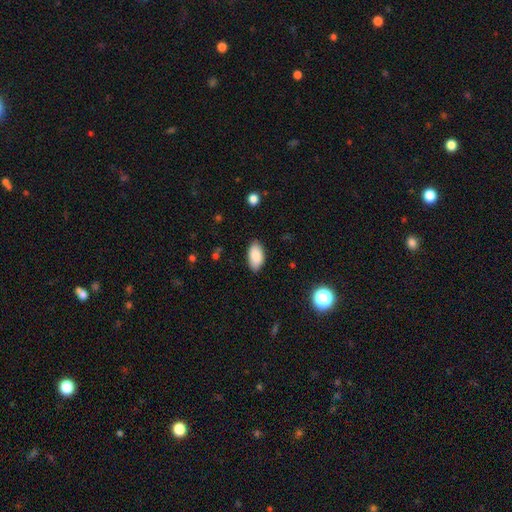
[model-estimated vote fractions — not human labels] Overall: smooth (86%). How rounded: in between (94%). Merging: none (83%).